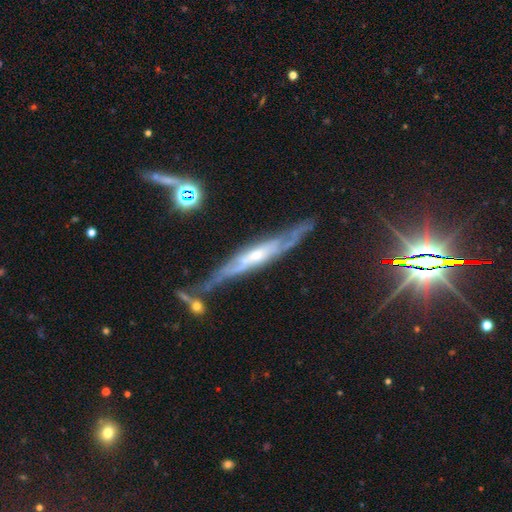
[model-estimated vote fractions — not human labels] A featured or disk galaxy (80%) viewed edge-on (63%). Merging: none (61%).